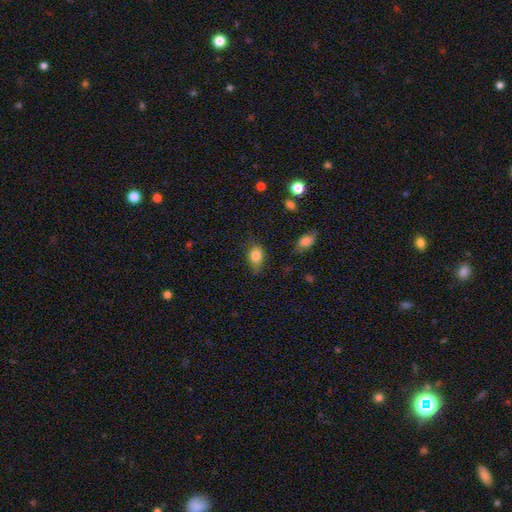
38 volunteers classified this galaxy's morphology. This appears to be a smooth galaxy with no disk features (87%) that is in between round and cigar-shaped (70%). Merging: none (57%).